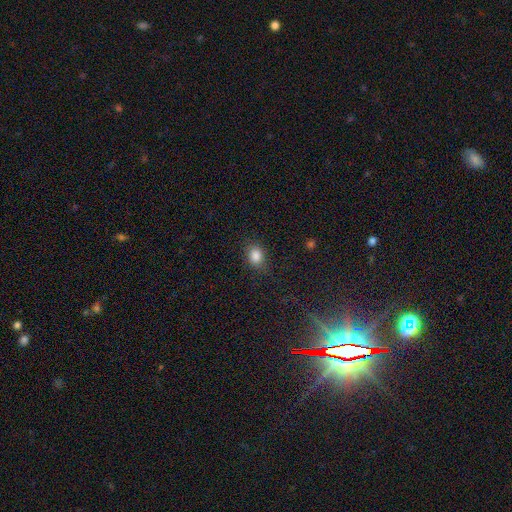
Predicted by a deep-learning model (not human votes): Overall: smooth (85%). How rounded: in between (56%; round 43%). Merging: none (83%).